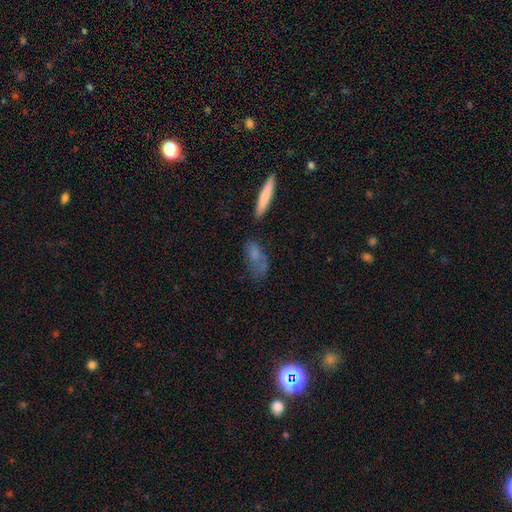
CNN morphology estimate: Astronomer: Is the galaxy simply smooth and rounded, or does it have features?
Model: smooth — 61%.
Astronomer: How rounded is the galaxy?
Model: in between — 62%.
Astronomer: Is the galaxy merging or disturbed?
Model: none — 45% (runner-up: minor disturbance, 25%).